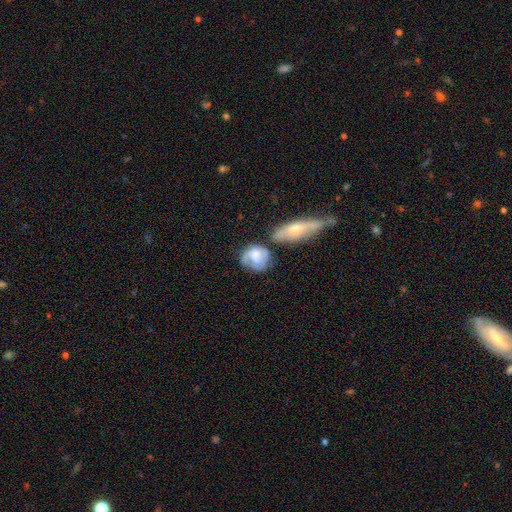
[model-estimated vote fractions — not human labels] This appears to be a smooth galaxy with no disk features (54%) that is round (63%). Merging: none (39%).